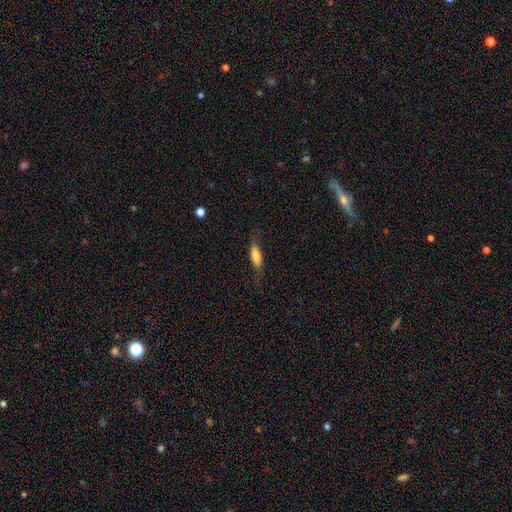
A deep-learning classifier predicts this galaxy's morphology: Smooth or featured?
  - smooth: 65% *
  - featured or disk: 29%
  - star or artifact: 6%
How rounded?
  - in between: 52% *
  - cigar-shaped: 45%
  - round: 3%
Merging?
  - none: 68% *
  - minor disturbance: 22%
  - major disturbance: 9%
  - merger: 1%